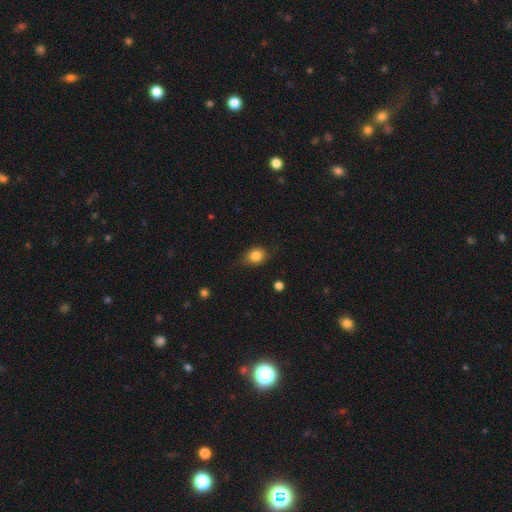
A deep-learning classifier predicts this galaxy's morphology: The model was most divided on "how rounded": in between: 50%, round: 49%, cigar-shaped: 1%. More confident: smooth or featured — smooth (84%); merging — none (74%).